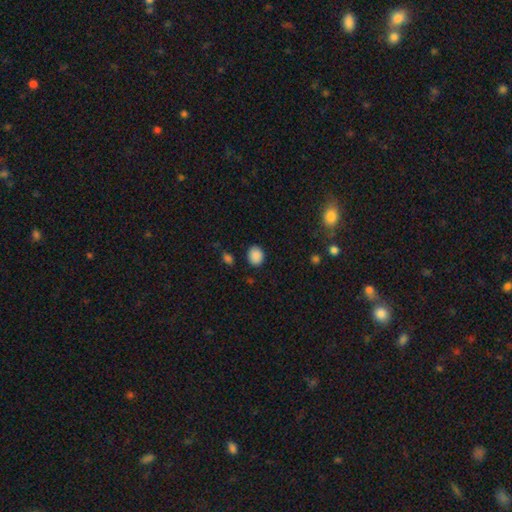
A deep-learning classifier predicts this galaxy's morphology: Smooth or featured: smooth — 88% (star or artifact — 9%)
How rounded: round — 60% (in between — 39%)
Merging: none — 85% (minor disturbance — 10%)